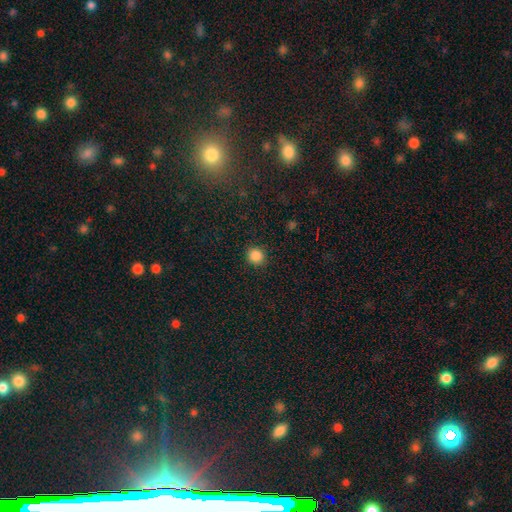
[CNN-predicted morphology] Smooth or featured?
  - smooth: 86% *
  - star or artifact: 11%
  - featured or disk: 3%
How rounded?
  - round: 91% *
  - in between: 8%
  - cigar-shaped: 1%
Merging?
  - none: 91% *
  - minor disturbance: 6%
  - major disturbance: 2%
  - merger: 1%